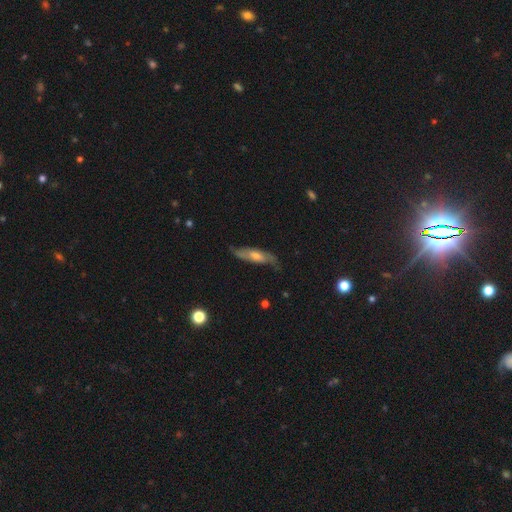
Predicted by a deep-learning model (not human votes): Smooth or featured? Predicted: featured or disk (p=0.63). Edge-on disk? Predicted: no (p=0.61). Merging? Predicted: none (p=0.70).